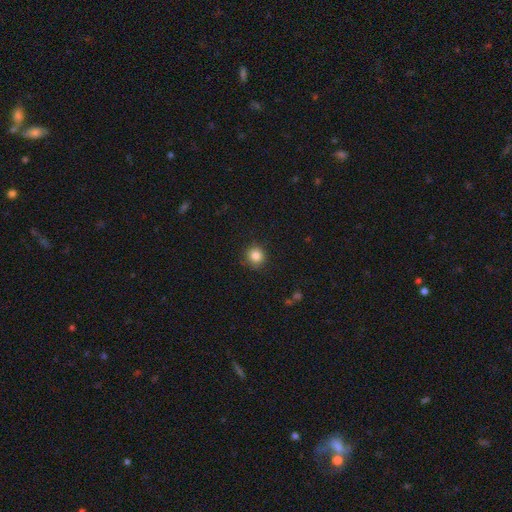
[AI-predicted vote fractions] Smooth or featured? Predicted: smooth (p=0.84). How rounded? Predicted: round (p=0.92). Merging? Predicted: none (p=0.88).